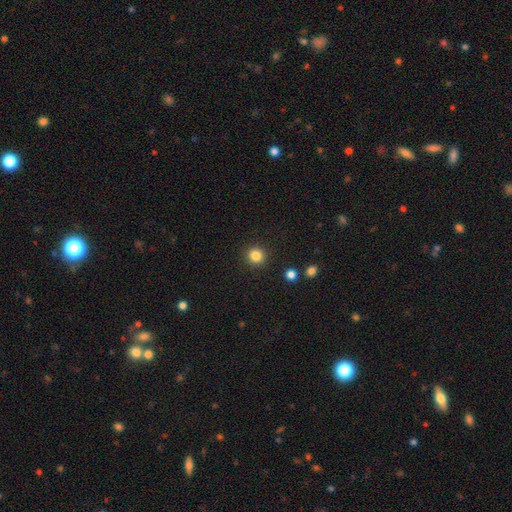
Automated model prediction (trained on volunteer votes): This appears to be a smooth galaxy with no disk features (84%) that is round (93%). Merging: none (92%).